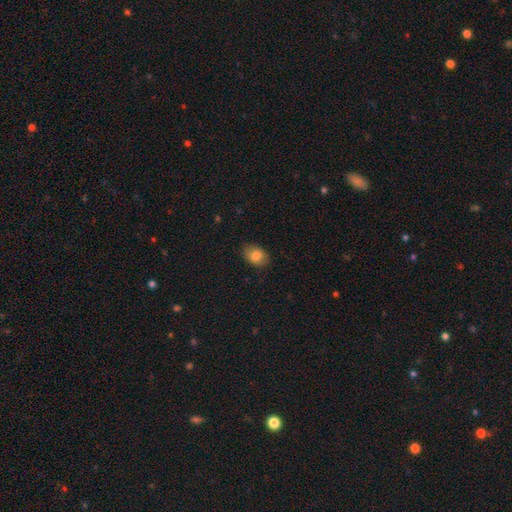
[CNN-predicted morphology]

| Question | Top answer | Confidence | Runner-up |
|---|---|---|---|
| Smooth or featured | smooth | 82% | featured or disk (9%) |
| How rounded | in between | 75% | round (24%) |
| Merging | none | 83% | minor disturbance (13%) |